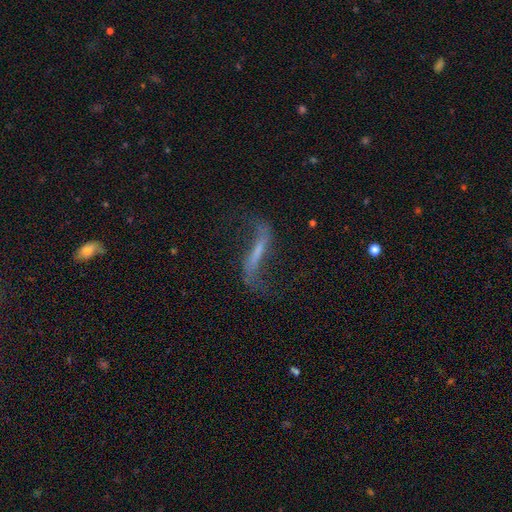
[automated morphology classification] Overall: featured or disk (78%). Edge-on disk: no (79%). Bar: strong (55%; weak 28%). Spiral arms: yes (91%). Spiral arm count: 2 (91%). Spiral winding: loose (92%). Bulge size: none (46%; small 37%). Merging: none (67%).